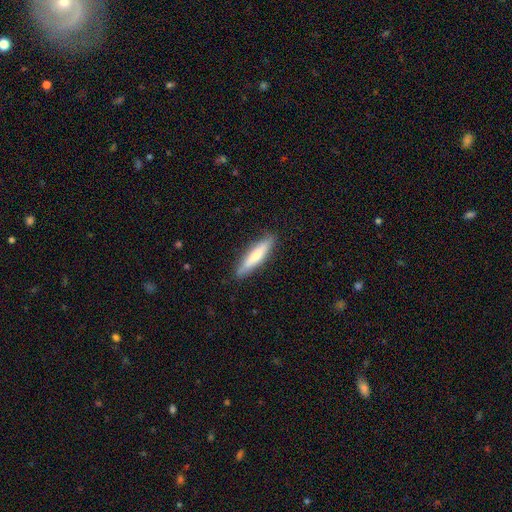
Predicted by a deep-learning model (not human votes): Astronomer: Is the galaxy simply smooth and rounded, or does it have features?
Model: smooth — 65%.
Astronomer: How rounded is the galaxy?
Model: cigar-shaped — 84%.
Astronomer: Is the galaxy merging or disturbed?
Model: none — 87%.